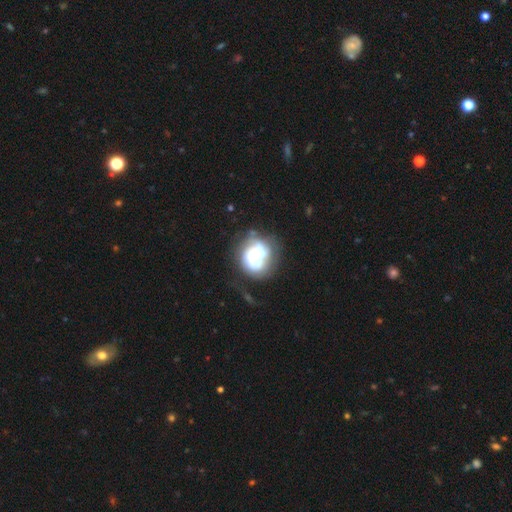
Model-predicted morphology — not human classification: This appears to be a featured or disk galaxy (61%) with no bar (52%), spiral arms (55%) and no central bulge (25%). Merging: none (42%).